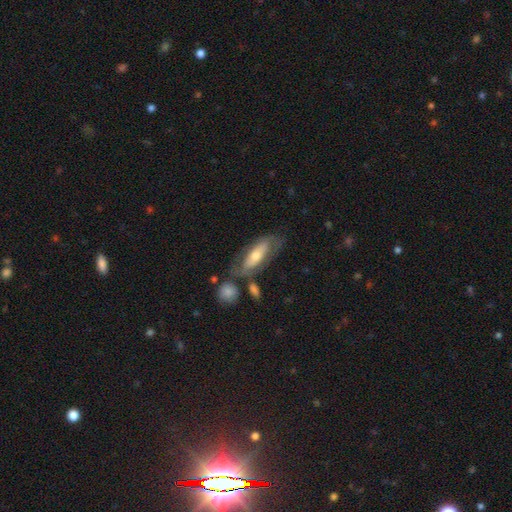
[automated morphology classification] Q: Smooth or featured?
A: featured or disk (58%); runner-up: smooth (34%)
Q: Edge-on disk?
A: no (74%); runner-up: yes (26%)
Q: Merging?
A: none (62%); runner-up: minor disturbance (18%)